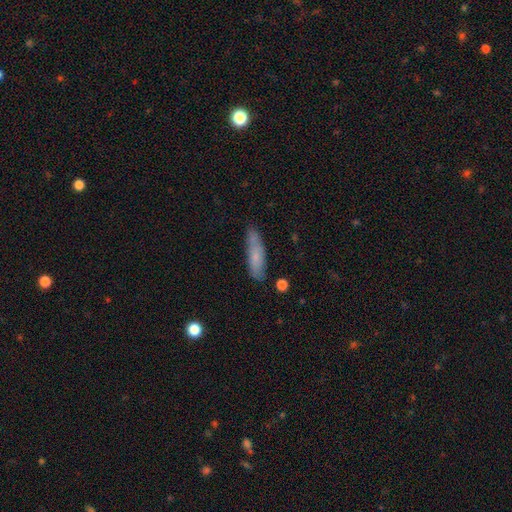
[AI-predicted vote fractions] Q: Smooth or featured?
A: smooth (69%); runner-up: featured or disk (24%)
Q: How rounded?
A: cigar-shaped (65%); runner-up: in between (33%)
Q: Merging?
A: none (73%); runner-up: minor disturbance (20%)